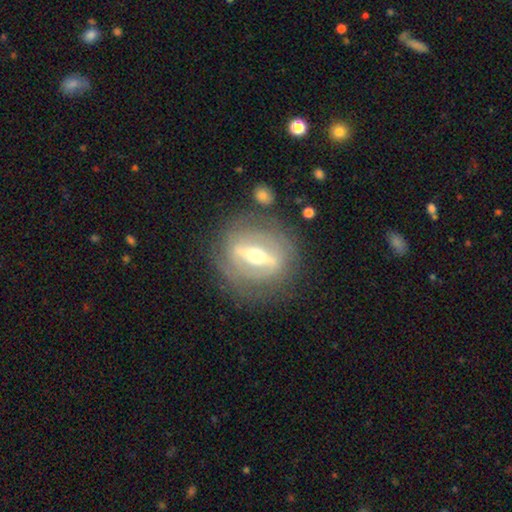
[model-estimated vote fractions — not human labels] Morphology: type=featured or disk (80%); edge-on=no (62%); merging=none (79%).